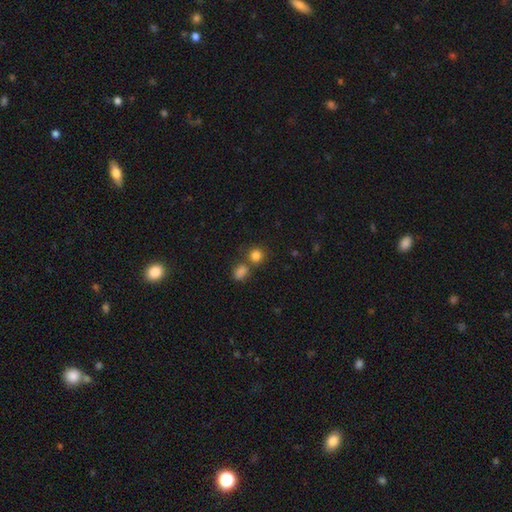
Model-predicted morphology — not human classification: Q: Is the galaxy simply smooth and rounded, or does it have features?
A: smooth — 83%.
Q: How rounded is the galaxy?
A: round — 84%.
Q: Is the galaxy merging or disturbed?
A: none — 60%.